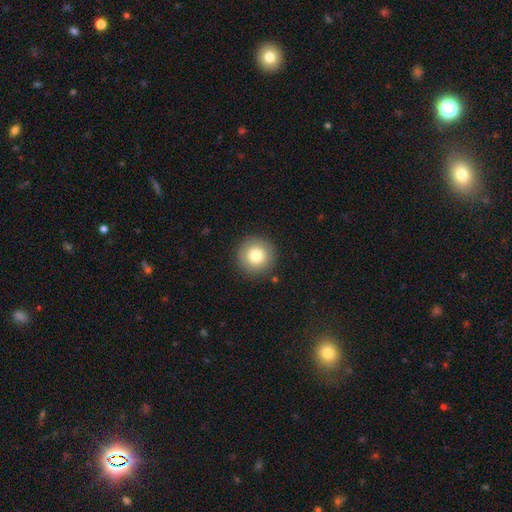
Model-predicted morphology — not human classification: A smooth galaxy with no disk features (80%) that is round (96%).

Vote fractions:
- Smooth or featured? smooth: 80% / featured or disk: 11% / star or artifact: 9%
- How rounded? round: 96% / in between: 3% / cigar-shaped: 1%
- Merging? none: 90% / minor disturbance: 6% / major disturbance: 2% / merger: 1%